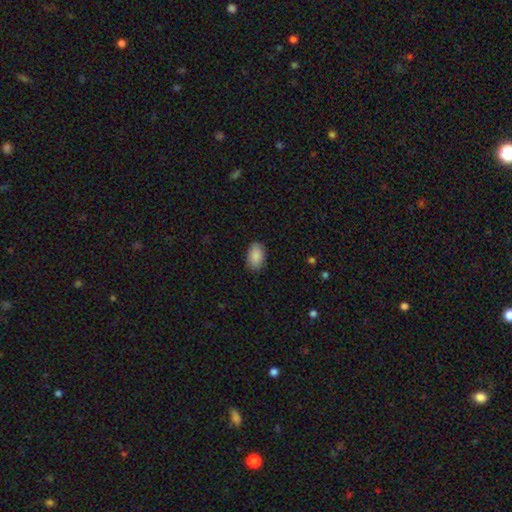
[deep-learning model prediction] A smooth galaxy with no disk features (89%) that is in between round and cigar-shaped (93%). Merging: none (87%).